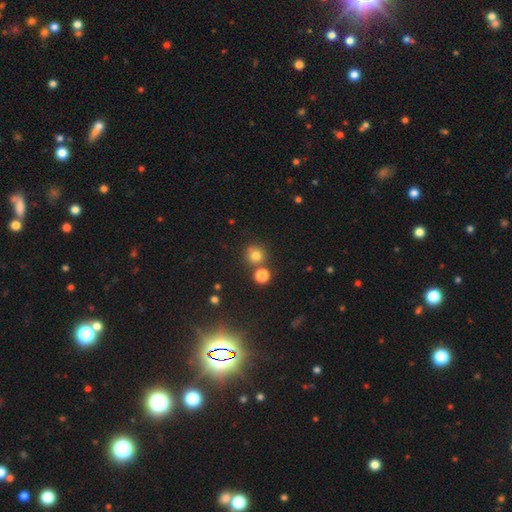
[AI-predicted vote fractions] This is likely a smooth galaxy (78%). How rounded: clearly round (90%). Merging: likely none (73%).